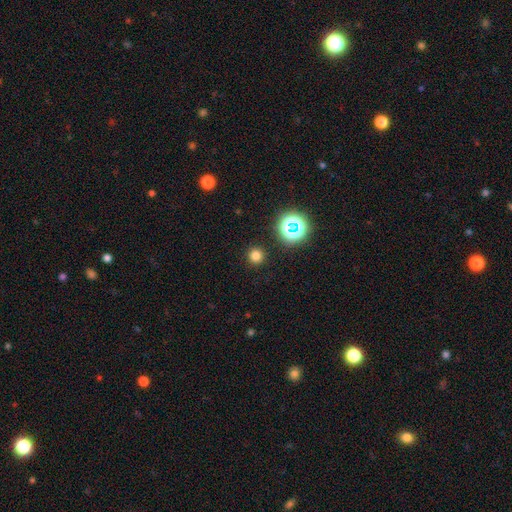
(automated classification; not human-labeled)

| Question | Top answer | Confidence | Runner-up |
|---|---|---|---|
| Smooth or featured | smooth | 74% | star or artifact (21%) |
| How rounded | round | 95% | in between (4%) |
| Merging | none | 91% | minor disturbance (5%) |